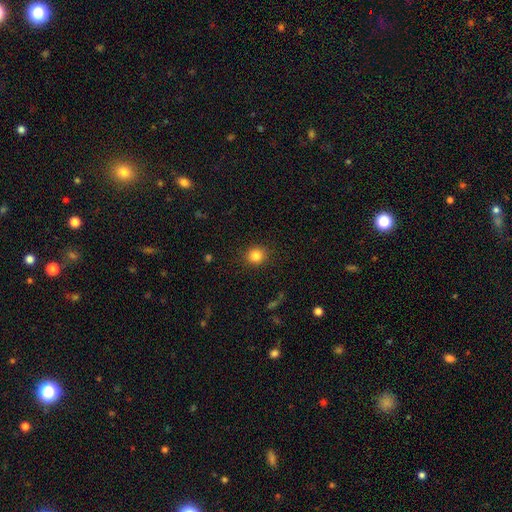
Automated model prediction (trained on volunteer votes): smooth-or-featured: smooth: 84% | star or artifact: 11% | featured or disk: 5%
  how-rounded: round: 82% | in between: 17% | cigar-shaped: 1%
  merging: none: 89% | minor disturbance: 7% | major disturbance: 3% | merger: 1%